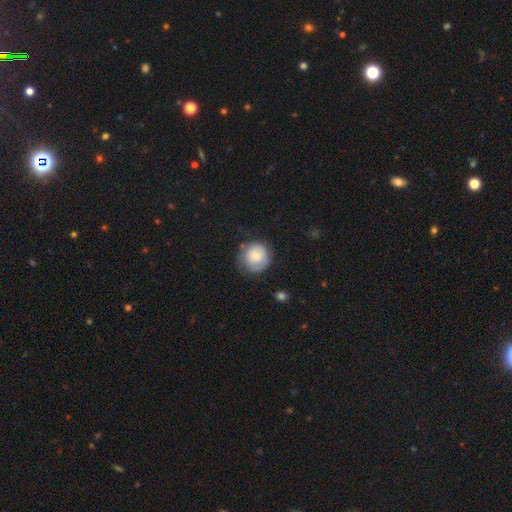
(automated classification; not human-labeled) Q: Smooth or featured?
A: smooth (77%); runner-up: featured or disk (16%)
Q: How rounded?
A: round (90%); runner-up: in between (9%)
Q: Merging?
A: none (69%); runner-up: minor disturbance (22%)